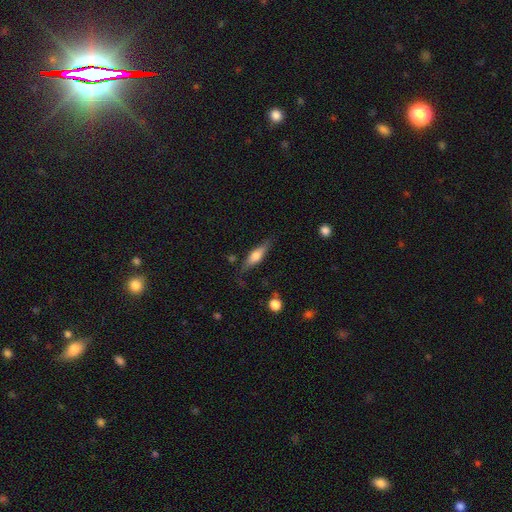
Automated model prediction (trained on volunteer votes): smooth_or_featured: smooth (p=0.53) [alt: featured or disk p=0.41]
how_rounded: cigar-shaped (p=0.57) [alt: in between p=0.40]
merging: none (p=0.75) [alt: minor disturbance p=0.18]